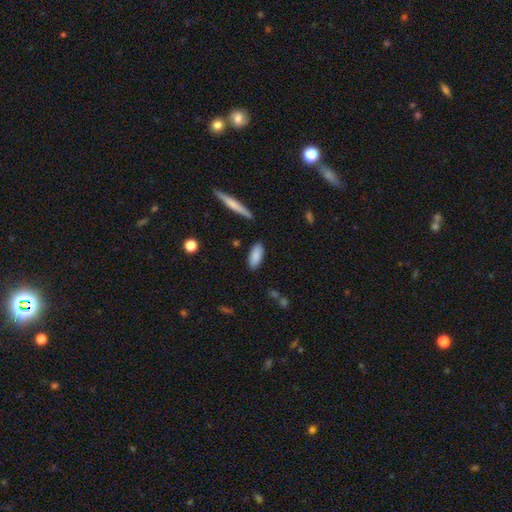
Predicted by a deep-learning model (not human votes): A smooth galaxy with no disk features (85%) that is in between round and cigar-shaped (79%). Merging: none (85%).